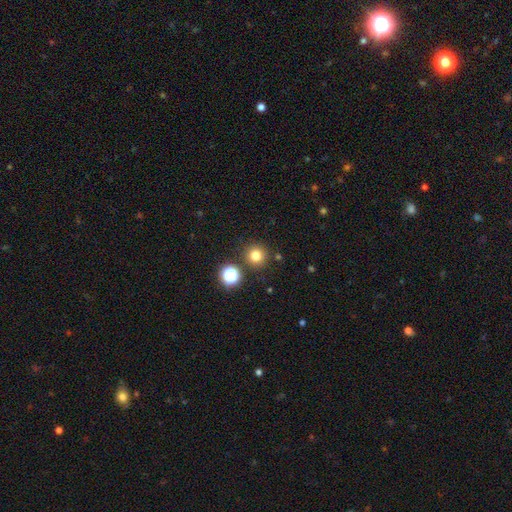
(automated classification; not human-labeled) Q: Smooth or featured?
A: smooth (77%); runner-up: star or artifact (16%)
Q: How rounded?
A: round (95%); runner-up: in between (4%)
Q: Merging?
A: none (86%); runner-up: minor disturbance (6%)